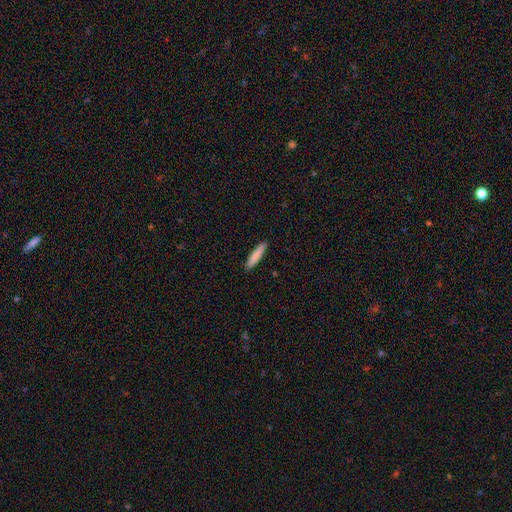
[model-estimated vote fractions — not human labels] A smooth galaxy with no disk features (83%) that is cigar-shaped (89%). Merging: none (91%).